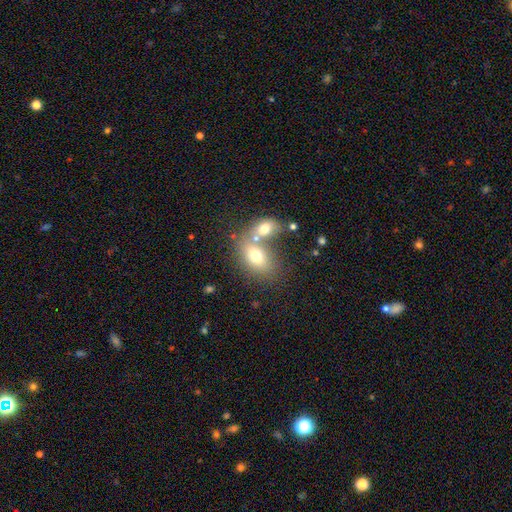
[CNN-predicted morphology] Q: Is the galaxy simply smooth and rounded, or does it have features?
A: smooth — 70%.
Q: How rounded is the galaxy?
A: in between — 81%.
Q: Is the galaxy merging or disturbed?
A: merger — 51%.